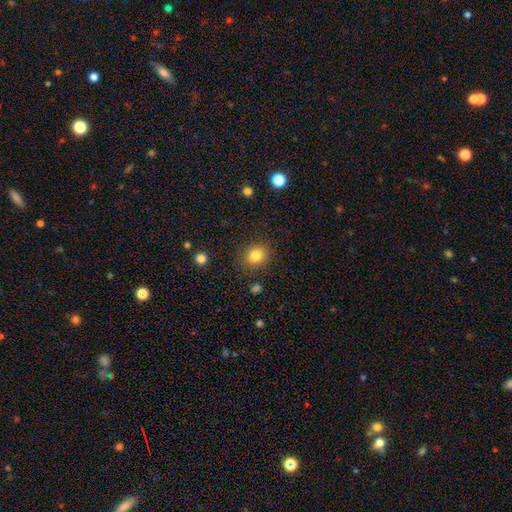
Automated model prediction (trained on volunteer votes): Smooth or featured?
  - smooth: 82% *
  - star or artifact: 11%
  - featured or disk: 7%
How rounded?
  - round: 70% *
  - in between: 29%
  - cigar-shaped: 1%
Merging?
  - none: 86% *
  - minor disturbance: 10%
  - major disturbance: 3%
  - merger: 2%